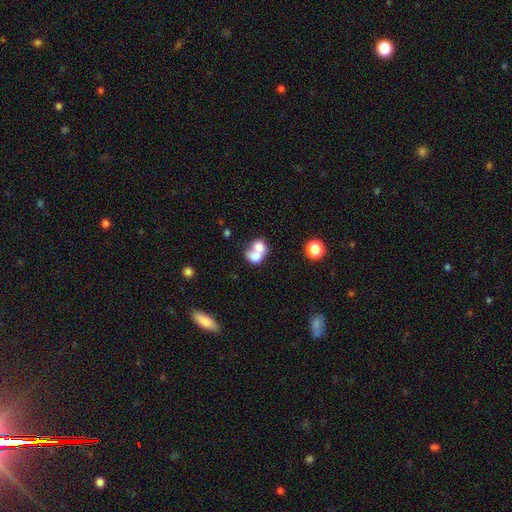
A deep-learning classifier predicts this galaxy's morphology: smooth_or_featured: smooth (p=0.70) [alt: featured or disk p=0.21]
how_rounded: in between (p=0.52) [alt: round p=0.47]
merging: merger (p=0.74) [alt: none p=0.16]